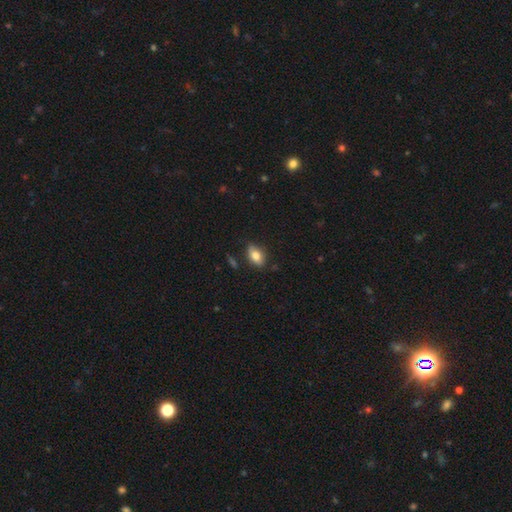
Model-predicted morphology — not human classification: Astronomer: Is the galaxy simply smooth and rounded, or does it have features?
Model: smooth — 79%.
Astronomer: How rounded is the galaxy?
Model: in between — 87%.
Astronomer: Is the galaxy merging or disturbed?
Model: none — 79%.